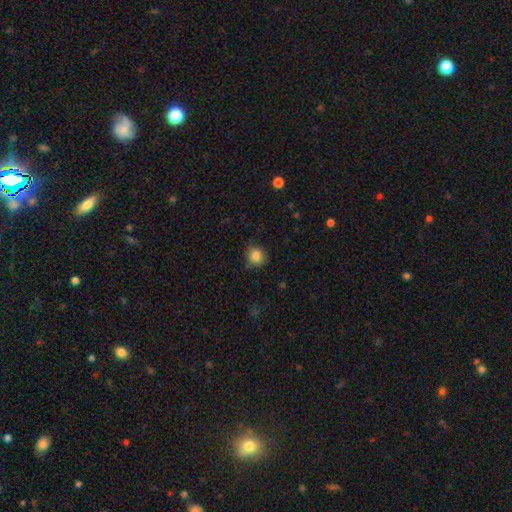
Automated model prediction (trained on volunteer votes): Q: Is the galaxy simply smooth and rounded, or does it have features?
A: smooth — 84%.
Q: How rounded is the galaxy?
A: round — 79%.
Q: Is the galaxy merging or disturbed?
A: none — 79%.